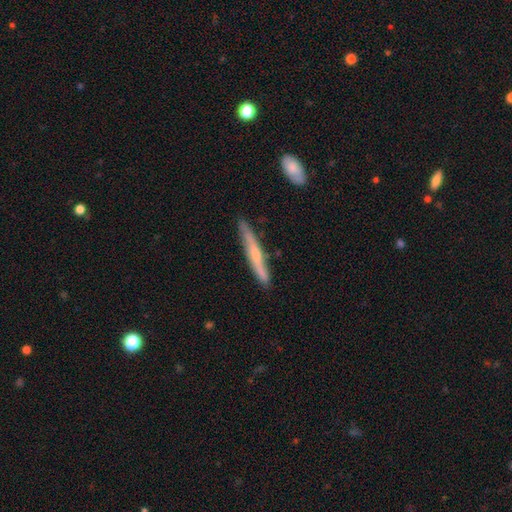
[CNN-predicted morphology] This appears to be a featured or disk galaxy (53%) viewed edge-on (88%). Merging: none (81%).